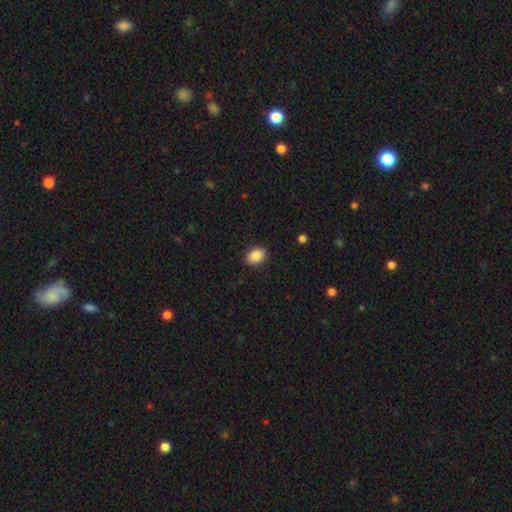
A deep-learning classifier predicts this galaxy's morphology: The model was most divided on "how rounded": in between: 73%, round: 26%, cigar-shaped: 1%. More confident: smooth or featured — smooth (89%); merging — none (88%).